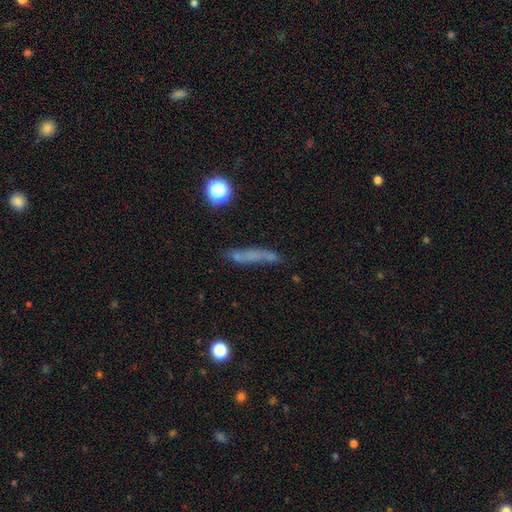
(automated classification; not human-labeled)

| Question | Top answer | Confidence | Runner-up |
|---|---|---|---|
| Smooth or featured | smooth | 52% | featured or disk (31%) |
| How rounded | cigar-shaped | 81% | in between (14%) |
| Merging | none | 54% | minor disturbance (22%) |